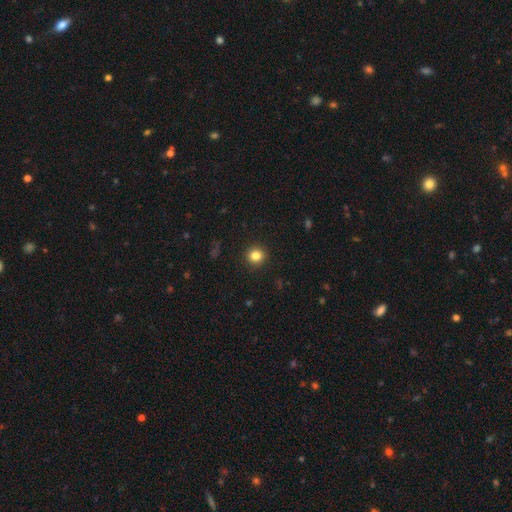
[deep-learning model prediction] The model was most divided on "smooth or featured": smooth: 83%, star or artifact: 12%, featured or disk: 5%. More confident: merging — none (92%); how rounded — round (92%).